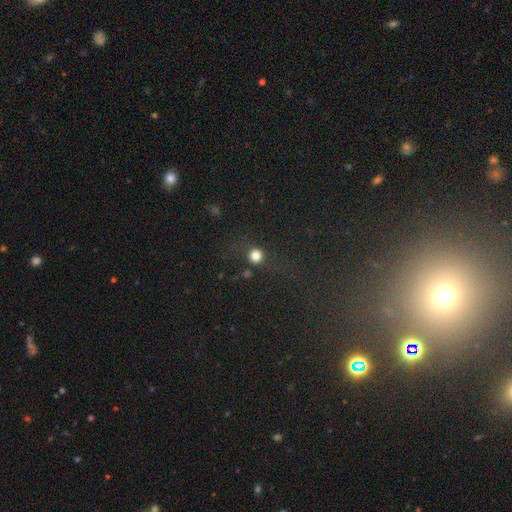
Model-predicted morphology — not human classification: Smooth or featured?
  - smooth: 78% *
  - star or artifact: 15%
  - featured or disk: 6%
How rounded?
  - round: 91% *
  - in between: 8%
  - cigar-shaped: 1%
Merging?
  - none: 81% *
  - minor disturbance: 10%
  - major disturbance: 6%
  - merger: 3%